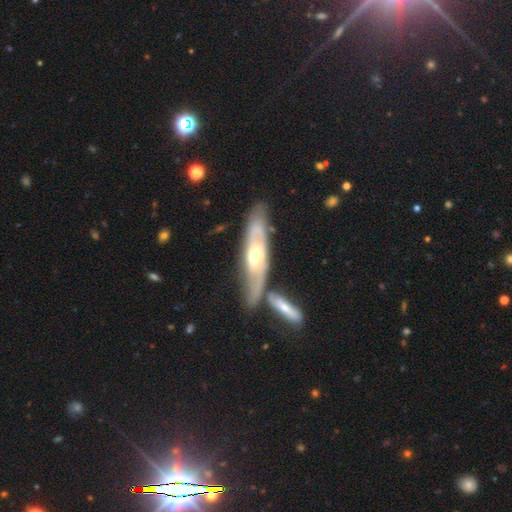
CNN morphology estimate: This is likely a featured or disk galaxy (65%). It is likely not viewed edge-on (62%). Merging: possibly none (58%).